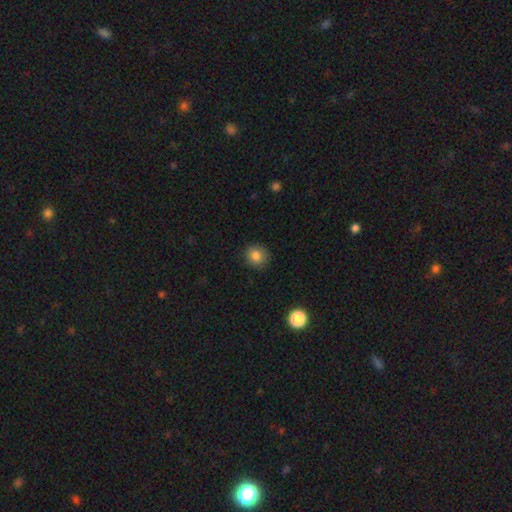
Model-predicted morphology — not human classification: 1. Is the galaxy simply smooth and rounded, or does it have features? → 83% smooth, 11% star or artifact, 6% featured or disk.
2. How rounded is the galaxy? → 86% round, 13% in between, 1% cigar-shaped.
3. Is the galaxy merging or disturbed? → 88% none, 8% minor disturbance, 2% major disturbance, 1% merger.